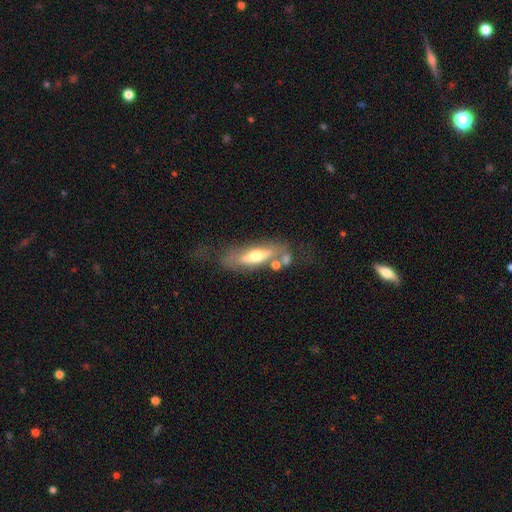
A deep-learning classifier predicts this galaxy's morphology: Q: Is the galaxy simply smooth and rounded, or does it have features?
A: featured or disk — 48%.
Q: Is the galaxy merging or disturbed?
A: none — 52%.